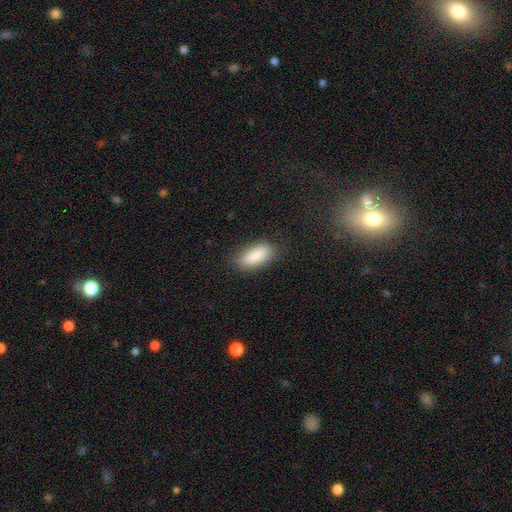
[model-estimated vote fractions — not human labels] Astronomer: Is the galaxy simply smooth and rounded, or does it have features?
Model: smooth — 85%.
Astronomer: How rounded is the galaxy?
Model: in between — 88%.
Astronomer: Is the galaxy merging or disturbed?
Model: none — 83%.